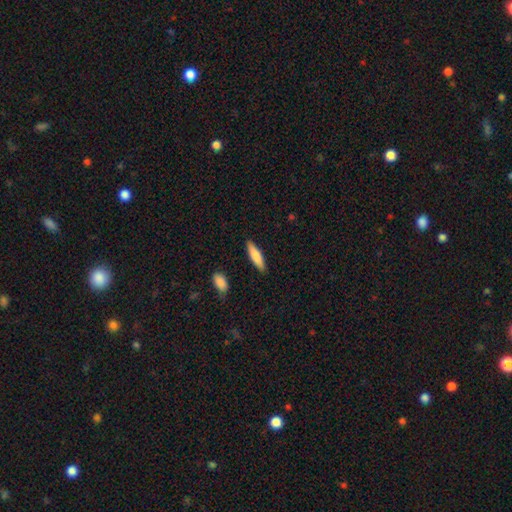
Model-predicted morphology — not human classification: Q: Smooth or featured?
A: smooth (79%); runner-up: featured or disk (15%)
Q: How rounded?
A: cigar-shaped (69%); runner-up: in between (29%)
Q: Merging?
A: none (88%); runner-up: minor disturbance (8%)